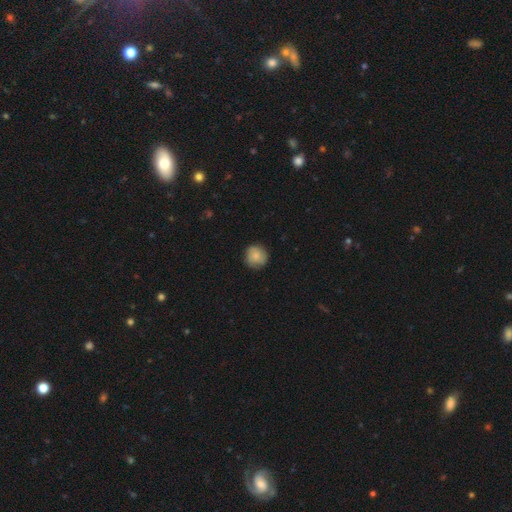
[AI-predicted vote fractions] Smooth or featured? Predicted: smooth (p=0.80). How rounded? Predicted: round (p=0.91). Merging? Predicted: none (p=0.83).